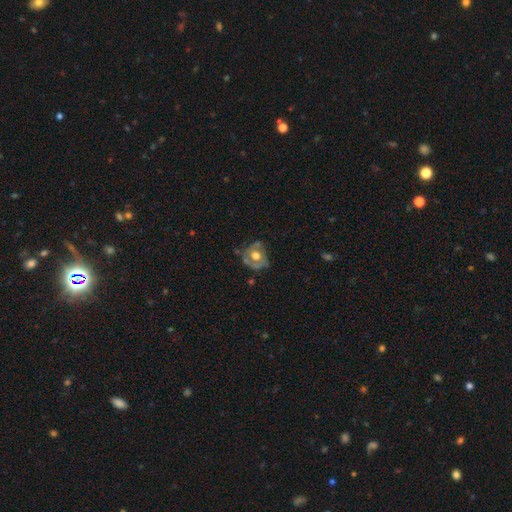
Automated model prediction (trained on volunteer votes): Smooth or featured: featured or disk — 58% (smooth — 35%)
Edge-on disk: no — 96% (yes — 4%)
Bar: no — 83% (weak — 14%)
Spiral arms: no — 56% (yes — 44%)
Bulge size: moderate — 60% (large — 32%)
Merging: none — 54% (minor disturbance — 27%)